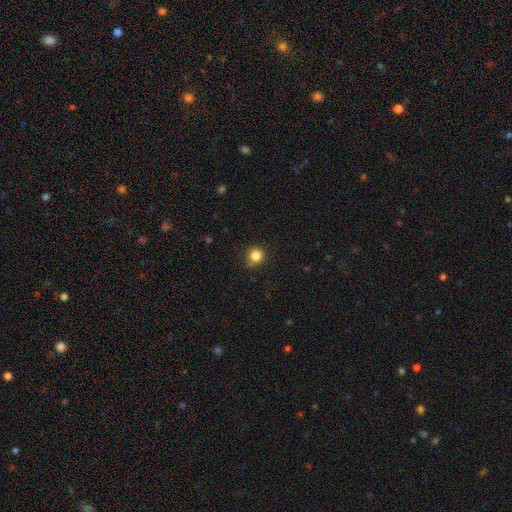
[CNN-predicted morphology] A smooth galaxy with no disk features (83%) that is round (92%).

Vote fractions:
- Smooth or featured? smooth: 83% / star or artifact: 12% / featured or disk: 5%
- How rounded? round: 92% / in between: 7% / cigar-shaped: 1%
- Merging? none: 78% / minor disturbance: 15% / merger: 4% / major disturbance: 3%